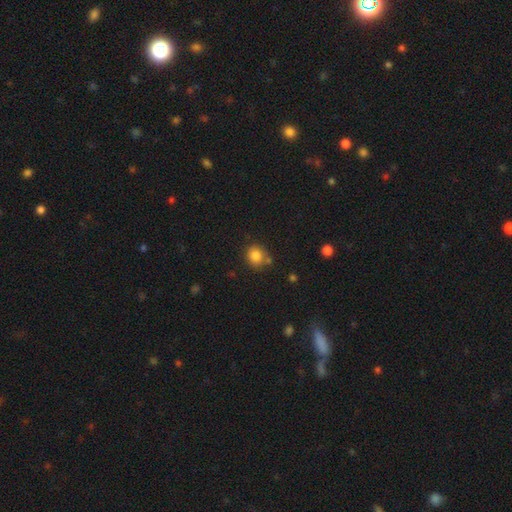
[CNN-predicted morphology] Overall: smooth (83%). How rounded: round (79%). Merging: none (71%).